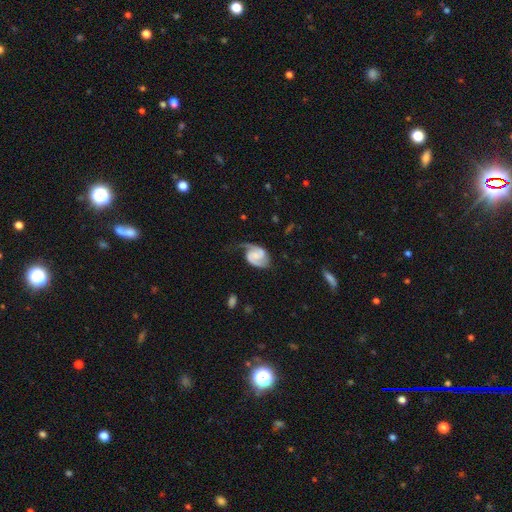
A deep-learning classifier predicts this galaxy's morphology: smooth_or_featured: featured or disk (p=0.85) [alt: smooth p=0.10]
disk_edge_on: no (p=0.98) [alt: yes p=0.02]
bar: no (p=0.46) [alt: weak p=0.42]
has_spiral_arms: yes (p=0.97) [alt: no p=0.03]
spiral_winding: medium (p=0.48) [alt: tight p=0.35]
spiral_arm_count: 2 (p=0.86) [alt: 1 p=0.08]
bulge_size: small (p=0.36) [tied with: none p=0.36]
merging: none (p=0.55) [alt: minor disturbance p=0.26]